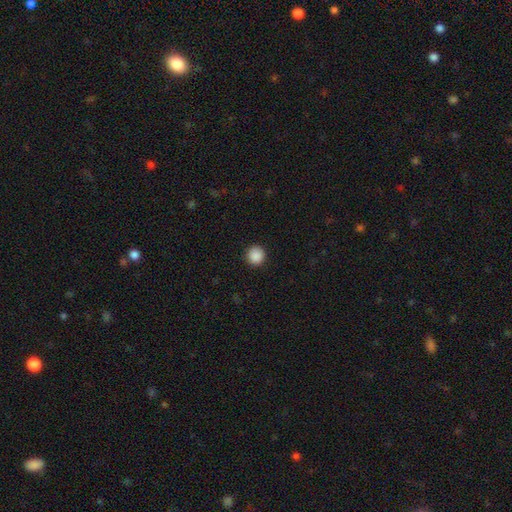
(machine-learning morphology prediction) Smooth or featured? smooth (88%)
How rounded? round (94%)
Merging? none (92%)